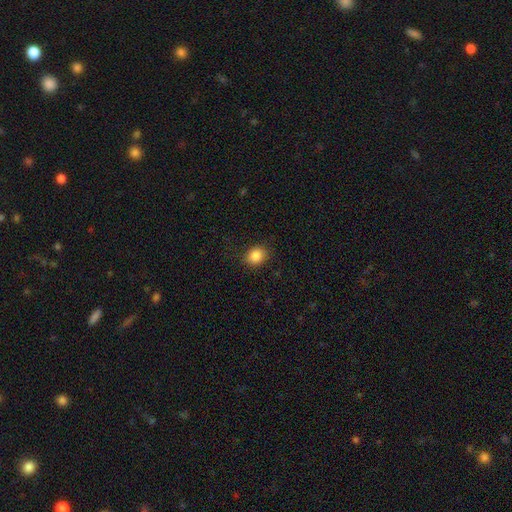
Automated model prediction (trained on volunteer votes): This is clearly a smooth galaxy (86%). How rounded: possibly round (56%). Merging: clearly none (85%).